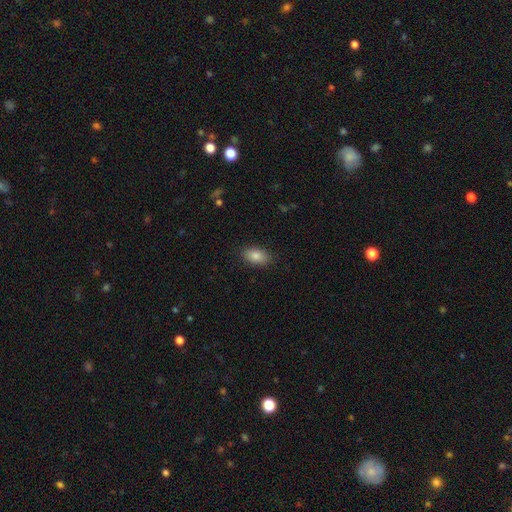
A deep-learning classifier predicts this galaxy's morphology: A smooth galaxy with no disk features (85%) that is in between round and cigar-shaped (90%).

Vote fractions:
- Smooth or featured? smooth: 85% / star or artifact: 8% / featured or disk: 7%
- How rounded? in between: 90% / round: 8% / cigar-shaped: 2%
- Merging? none: 88% / minor disturbance: 9% / major disturbance: 2% / merger: 1%